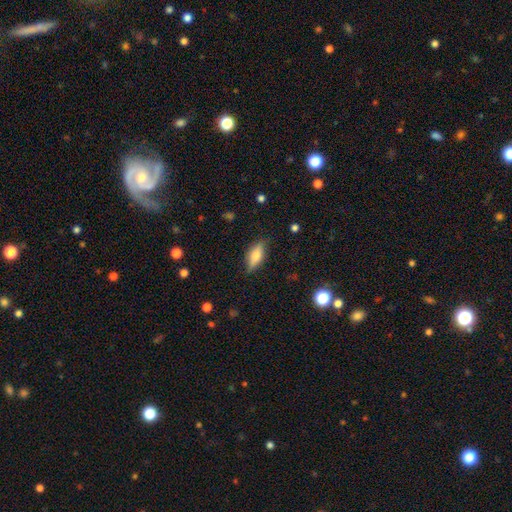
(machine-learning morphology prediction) smooth 65%, featured or disk 28%, star or artifact 8%. Down the decision tree: how rounded — in between (68%); merging — none (81%).